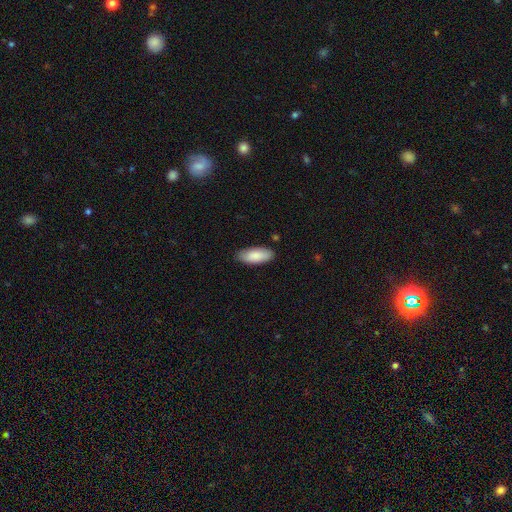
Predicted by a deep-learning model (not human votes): smooth-or-featured: smooth: 87% | featured or disk: 8% | star or artifact: 6%
  how-rounded: in between: 84% | cigar-shaped: 14% | round: 2%
  merging: none: 84% | minor disturbance: 13% | major disturbance: 2% | merger: 1%